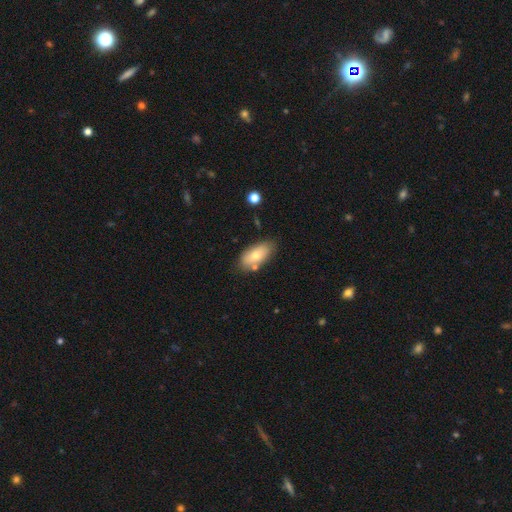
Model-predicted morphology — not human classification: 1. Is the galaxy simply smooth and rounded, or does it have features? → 69% smooth, 24% featured or disk, 7% star or artifact.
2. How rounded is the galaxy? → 92% in between, 4% cigar-shaped, 3% round.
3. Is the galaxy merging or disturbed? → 72% none, 17% minor disturbance, 8% merger, 4% major disturbance.